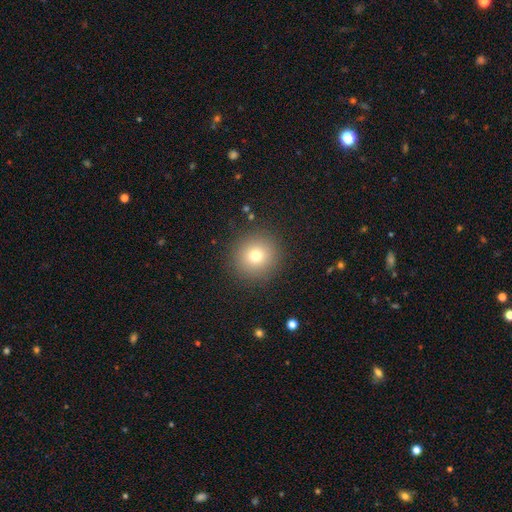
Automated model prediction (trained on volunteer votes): Morphology: type=smooth (75%); roundness=round (95%); merging=none (90%).